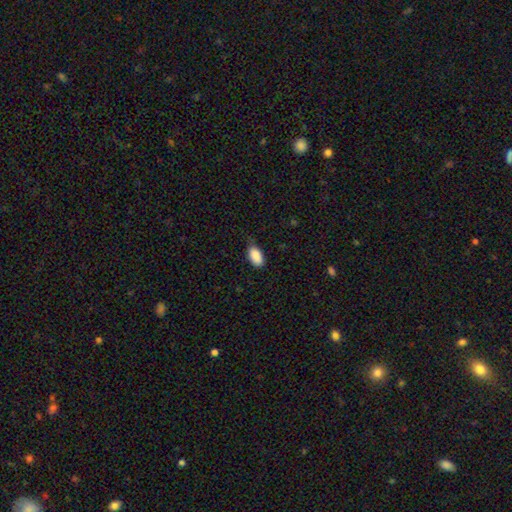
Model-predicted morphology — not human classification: Smooth or featured?
  - smooth: 89% *
  - star or artifact: 7%
  - featured or disk: 4%
How rounded?
  - in between: 94% *
  - round: 4%
  - cigar-shaped: 2%
Merging?
  - none: 64% *
  - minor disturbance: 29%
  - major disturbance: 5%
  - merger: 1%